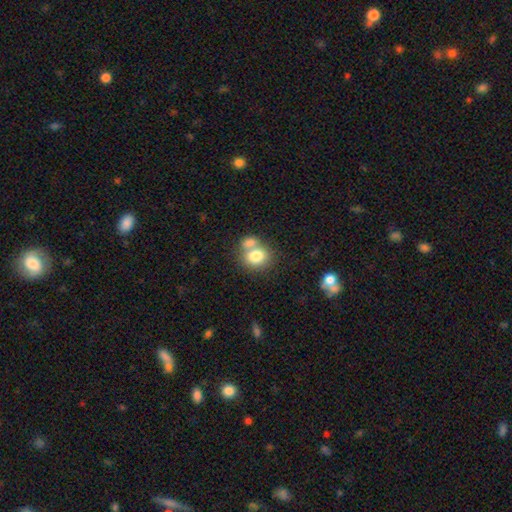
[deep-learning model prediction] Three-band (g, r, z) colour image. It shows a smooth galaxy with no disk features (78%) that is round (59%). Merging: merger (48%).